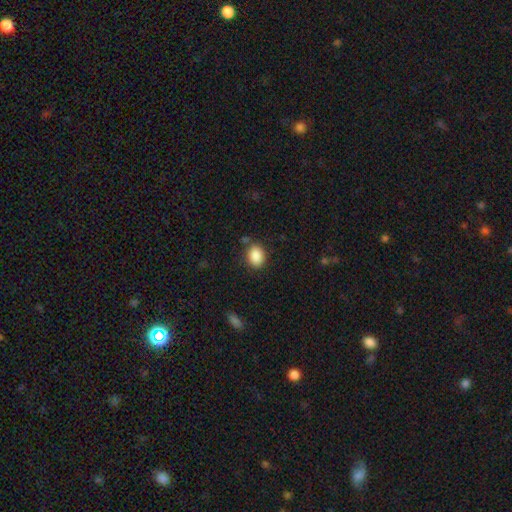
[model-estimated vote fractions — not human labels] smooth_or_featured: smooth (p=0.89) [alt: star or artifact p=0.08]
how_rounded: in between (p=0.60) [alt: round p=0.39]
merging: none (p=0.83) [alt: minor disturbance p=0.11]